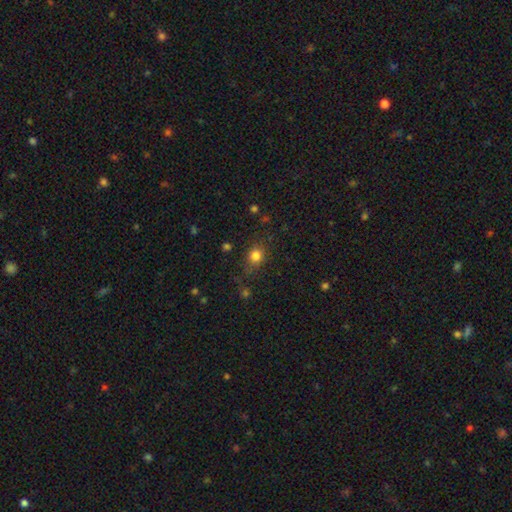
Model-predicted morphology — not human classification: Overall: smooth (80%). How rounded: round (73%). Merging: none (75%).